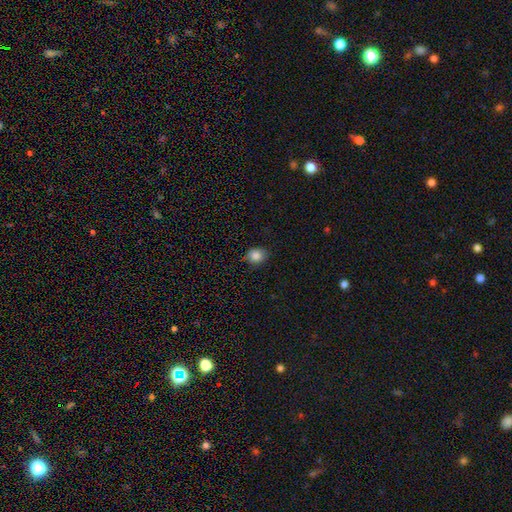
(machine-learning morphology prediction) smooth 84%, star or artifact 10%, featured or disk 6%. Down the decision tree: how rounded — round (65%); merging — none (81%).